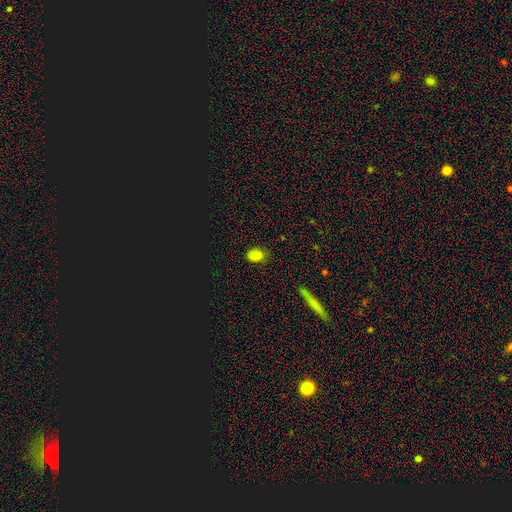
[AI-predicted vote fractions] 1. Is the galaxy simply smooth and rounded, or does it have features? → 78% smooth, 17% star or artifact, 5% featured or disk.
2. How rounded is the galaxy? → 77% in between, 21% round, 2% cigar-shaped.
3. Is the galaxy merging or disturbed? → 79% none, 16% minor disturbance, 3% major disturbance, 2% merger.